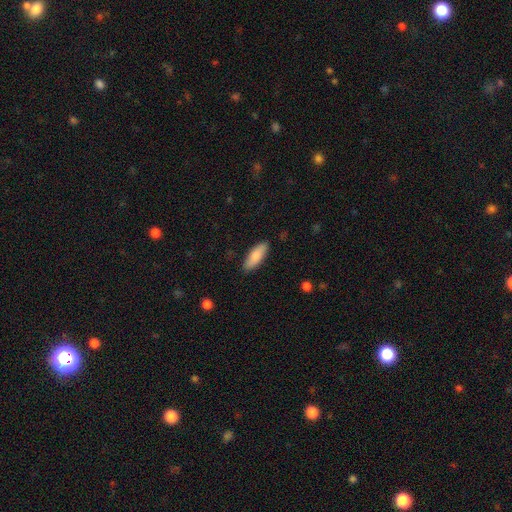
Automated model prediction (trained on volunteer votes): This appears to be a smooth galaxy with no disk features (84%) that is in between round and cigar-shaped (65%). Merging: none (87%).